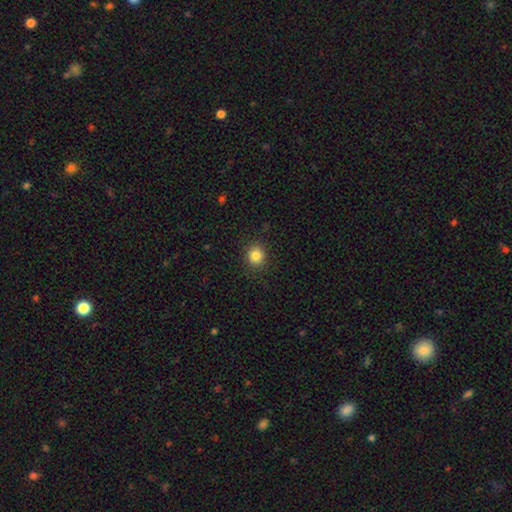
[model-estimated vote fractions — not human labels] Overall: smooth (83%). How rounded: round (87%). Merging: none (90%).